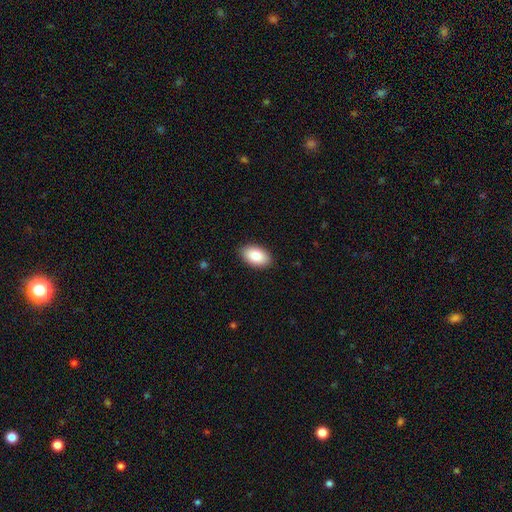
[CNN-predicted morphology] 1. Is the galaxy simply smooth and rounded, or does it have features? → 86% smooth, 8% featured or disk, 6% star or artifact.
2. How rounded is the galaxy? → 94% in between, 5% round, 1% cigar-shaped.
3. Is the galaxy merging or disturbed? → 89% none, 9% minor disturbance, 2% major disturbance, 1% merger.